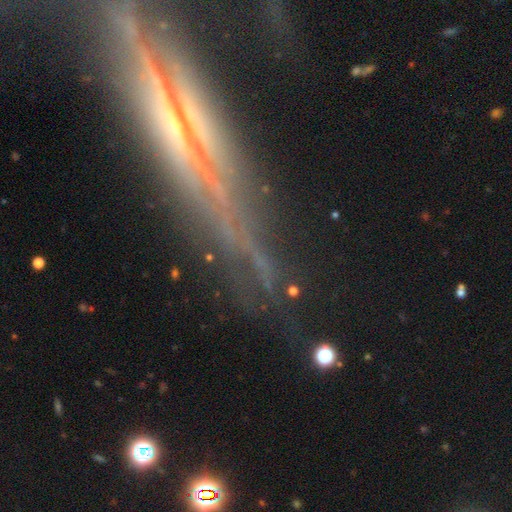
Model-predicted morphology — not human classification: featured or disk 64%, star or artifact 22%, smooth 15%. Down the decision tree: edge-on disk — yes (80%); edge-on bulge — rounded (50%); merging — none (75%).